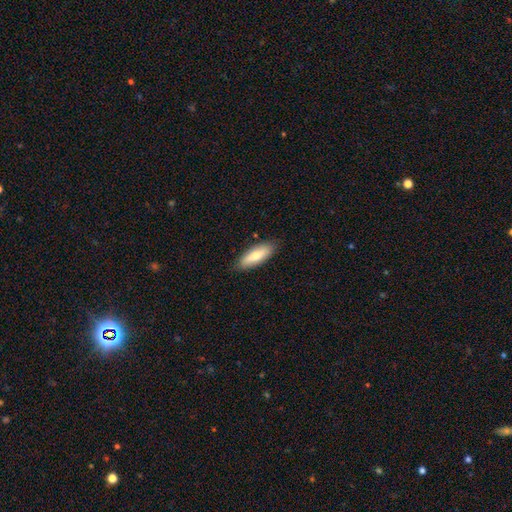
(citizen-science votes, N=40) Volunteers were most divided on "smooth or featured": smooth: 62%, featured or disk: 38%, star or artifact: 0%. More confident: merging — none (85%); how rounded — in between (68%).